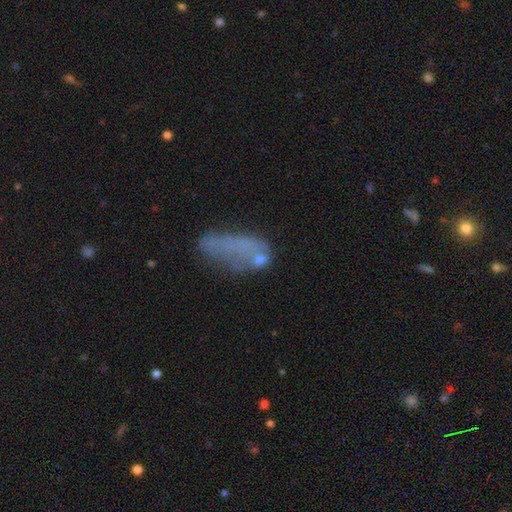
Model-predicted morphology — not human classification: smooth 50%, featured or disk 35%, star or artifact 15%. Down the decision tree: how rounded — in between (73%); merging — major disturbance (36%).